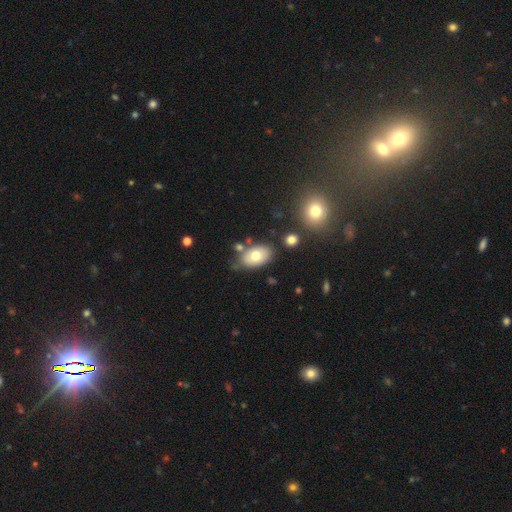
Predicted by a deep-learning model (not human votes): The model was most divided on "smooth or featured": smooth: 70%, featured or disk: 21%, star or artifact: 8%. More confident: how rounded — in between (88%); merging — none (69%).